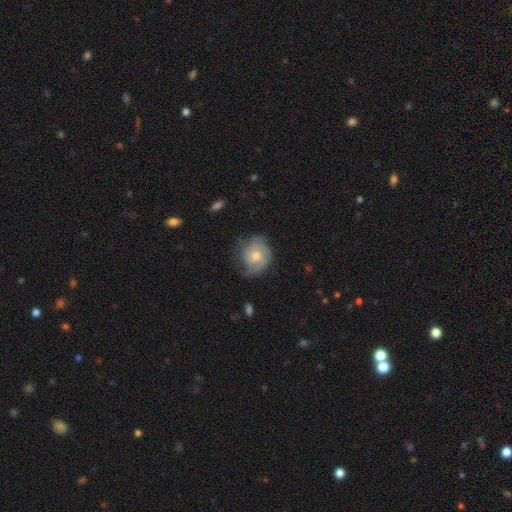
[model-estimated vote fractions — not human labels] Q: Smooth or featured?
A: featured or disk (66%); runner-up: smooth (27%)
Q: Edge-on disk?
A: no (97%); runner-up: yes (3%)
Q: Bar?
A: no (77%); runner-up: weak (20%)
Q: Spiral arms?
A: yes (88%); runner-up: no (12%)
Q: Spiral winding?
A: tight (52%); runner-up: medium (34%)
Q: Spiral arm count?
A: 2 (32%); runner-up: can't tell (31%)
Q: Bulge size?
A: moderate (61%); runner-up: small (33%)
Q: Merging?
A: none (62%); runner-up: minor disturbance (26%)